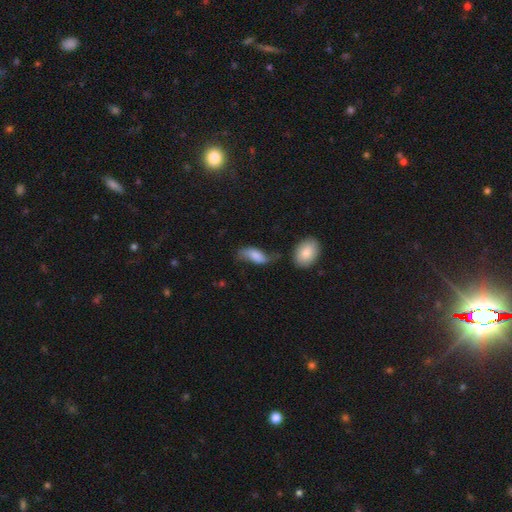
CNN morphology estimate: Q: Smooth or featured?
A: smooth (61%); runner-up: featured or disk (30%)
Q: How rounded?
A: in between (86%); runner-up: cigar-shaped (9%)
Q: Merging?
A: none (45%); runner-up: minor disturbance (29%)